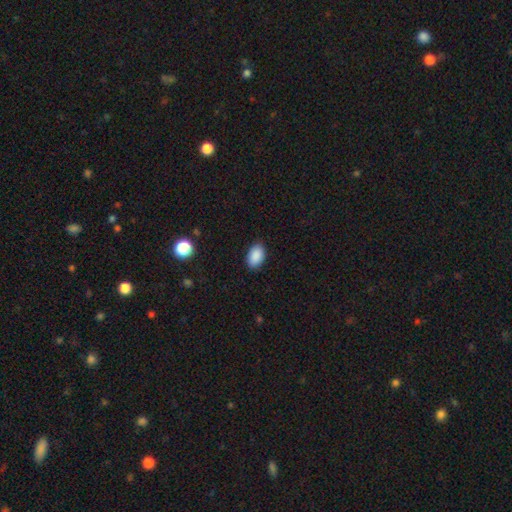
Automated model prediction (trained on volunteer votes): Smooth or featured?
  - smooth: 90% *
  - star or artifact: 7%
  - featured or disk: 3%
How rounded?
  - in between: 92% *
  - round: 7%
  - cigar-shaped: 1%
Merging?
  - none: 87% *
  - minor disturbance: 10%
  - major disturbance: 2%
  - merger: 1%